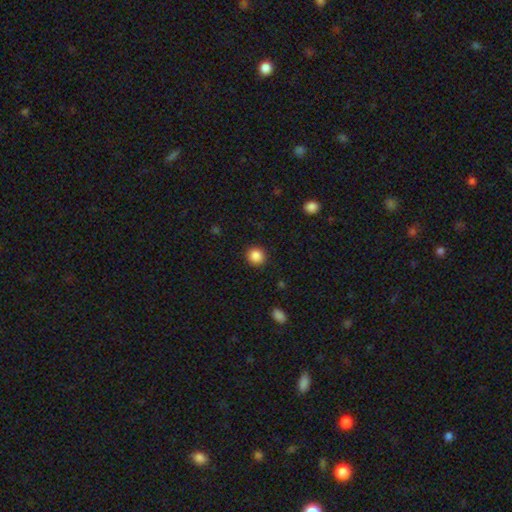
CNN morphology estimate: A smooth galaxy with no disk features (87%) that is round (90%). Merging: none (91%).